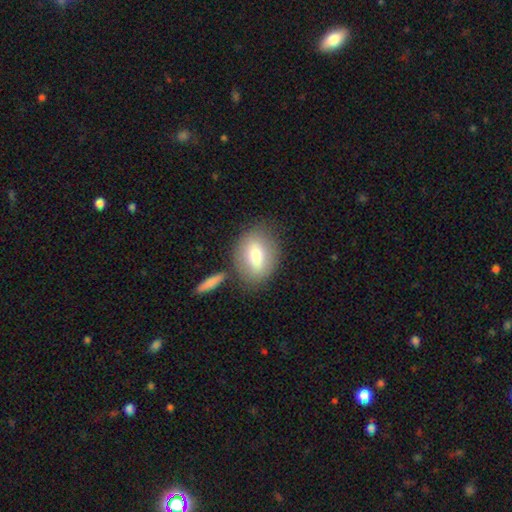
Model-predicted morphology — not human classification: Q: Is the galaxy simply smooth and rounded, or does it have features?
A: smooth — 69%.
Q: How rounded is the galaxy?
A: in between — 70%.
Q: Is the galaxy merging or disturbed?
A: none — 71%.